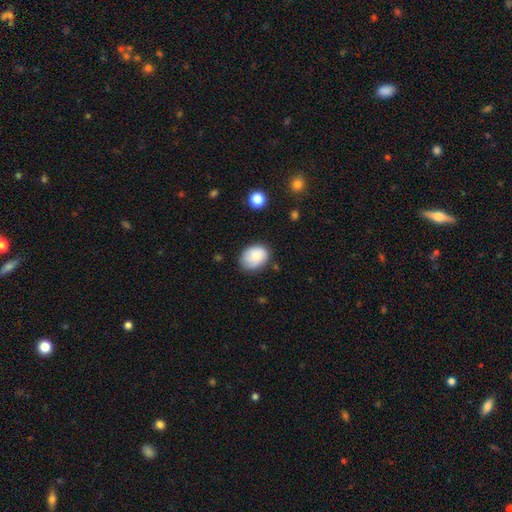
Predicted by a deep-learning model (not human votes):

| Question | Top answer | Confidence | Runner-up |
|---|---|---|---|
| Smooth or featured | smooth | 80% | featured or disk (13%) |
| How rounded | in between | 63% | round (36%) |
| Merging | none | 68% | minor disturbance (24%) |